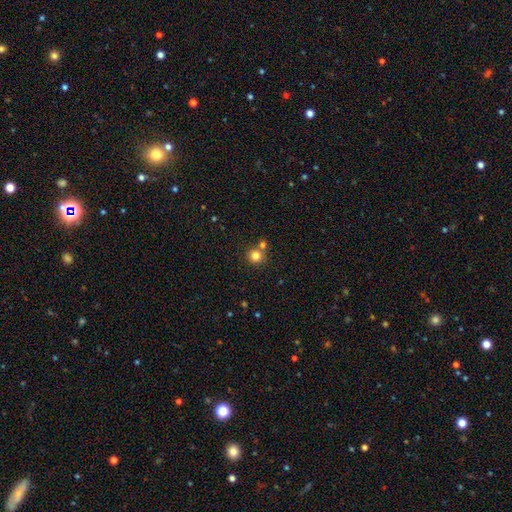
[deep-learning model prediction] Smooth or featured?
  - smooth: 82% *
  - star or artifact: 12%
  - featured or disk: 6%
How rounded?
  - round: 92% *
  - in between: 7%
  - cigar-shaped: 1%
Merging?
  - none: 67% *
  - merger: 24%
  - minor disturbance: 7%
  - major disturbance: 3%